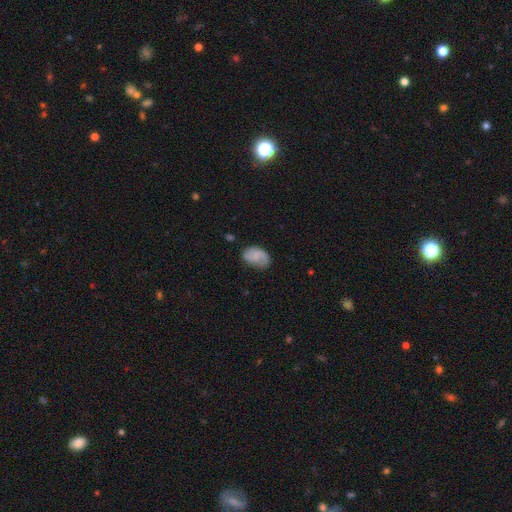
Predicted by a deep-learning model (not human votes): smooth_or_featured: smooth (p=0.61) [alt: featured or disk p=0.30]
how_rounded: in between (p=0.87) [alt: round p=0.11]
merging: none (p=0.59) [alt: minor disturbance p=0.29]